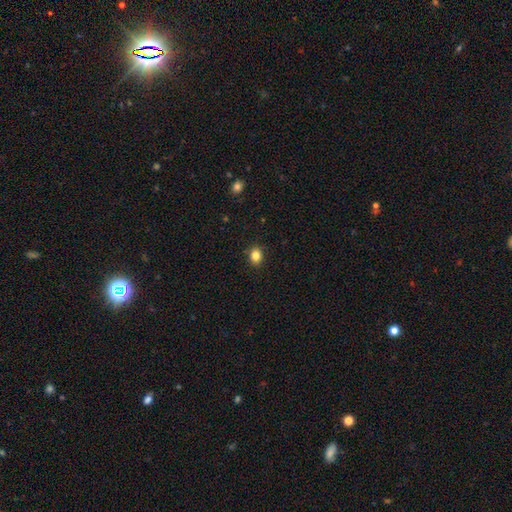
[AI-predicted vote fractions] This appears to be a smooth galaxy with no disk features (84%) that is in between round and cigar-shaped (50%). Merging: none (89%).